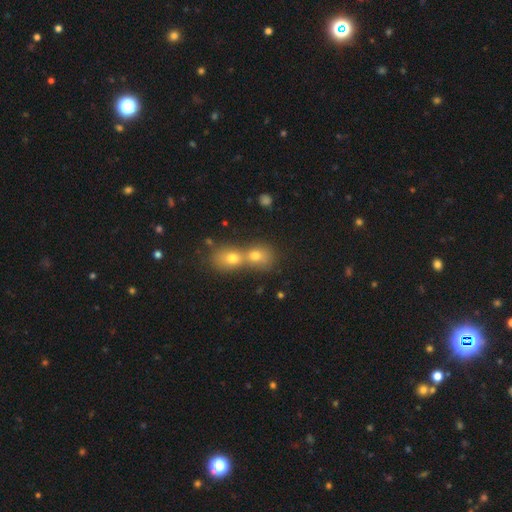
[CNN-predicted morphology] A smooth galaxy with no disk features (71%) that is round (59%). Merging: merger (71%).